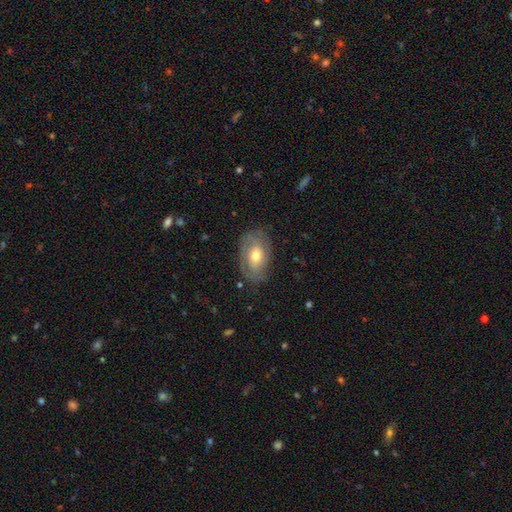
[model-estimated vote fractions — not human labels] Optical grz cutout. It shows a featured or disk galaxy (59%) with no bar (69%), spiral arms (71%) and a moderate central bulge (69%). Merging: none (74%).